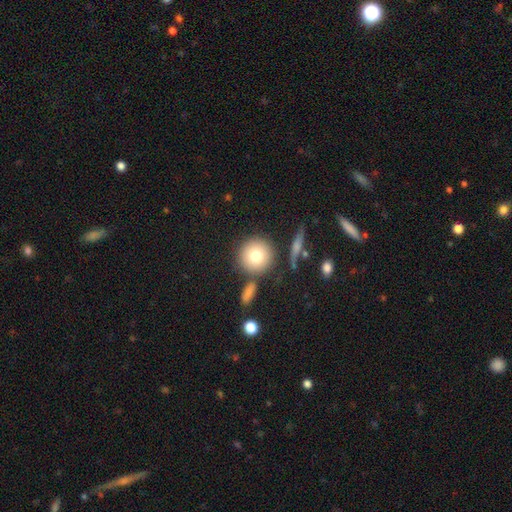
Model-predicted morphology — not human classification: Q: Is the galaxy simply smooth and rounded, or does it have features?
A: smooth — 76%.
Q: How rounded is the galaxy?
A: round — 93%.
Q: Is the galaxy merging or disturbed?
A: none — 78%.